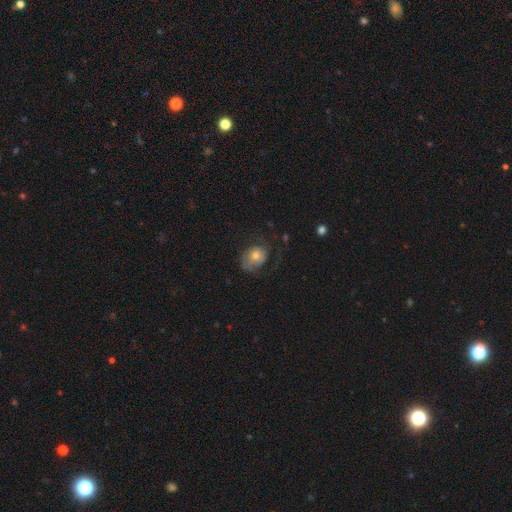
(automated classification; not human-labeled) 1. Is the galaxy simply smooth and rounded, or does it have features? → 57% smooth, 35% featured or disk, 9% star or artifact.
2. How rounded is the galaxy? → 54% in between, 45% round, 1% cigar-shaped.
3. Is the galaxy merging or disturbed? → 47% none, 26% minor disturbance, 25% major disturbance, 2% merger.